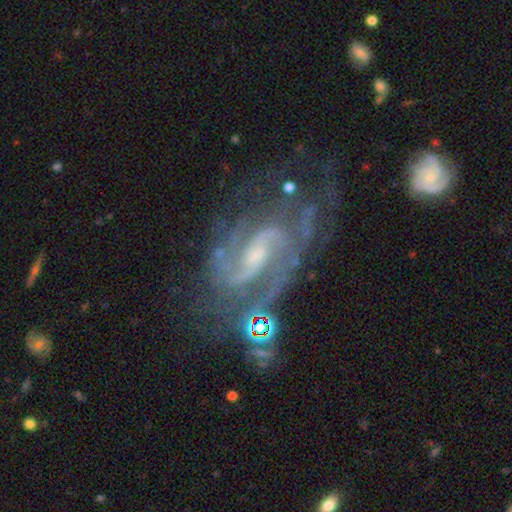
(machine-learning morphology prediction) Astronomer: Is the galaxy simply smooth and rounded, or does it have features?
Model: featured or disk — 90%.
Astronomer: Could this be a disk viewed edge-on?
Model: no — 97%.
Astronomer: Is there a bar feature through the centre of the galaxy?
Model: weak — 53%.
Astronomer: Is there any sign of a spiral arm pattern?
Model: yes — 97%.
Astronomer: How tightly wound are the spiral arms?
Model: medium — 54%.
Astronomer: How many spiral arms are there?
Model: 2 — 76%.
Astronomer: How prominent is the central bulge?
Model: small — 56% (runner-up: moderate, 32%).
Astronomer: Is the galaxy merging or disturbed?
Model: none — 51%.